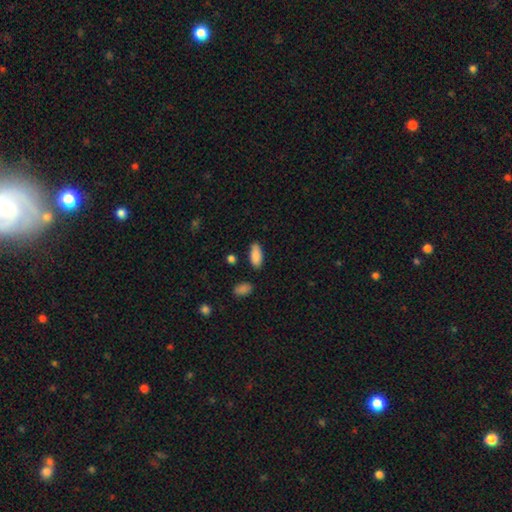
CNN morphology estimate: Q: Smooth or featured?
A: smooth (88%); runner-up: star or artifact (6%)
Q: How rounded?
A: in between (85%); runner-up: cigar-shaped (13%)
Q: Merging?
A: none (83%); runner-up: minor disturbance (12%)